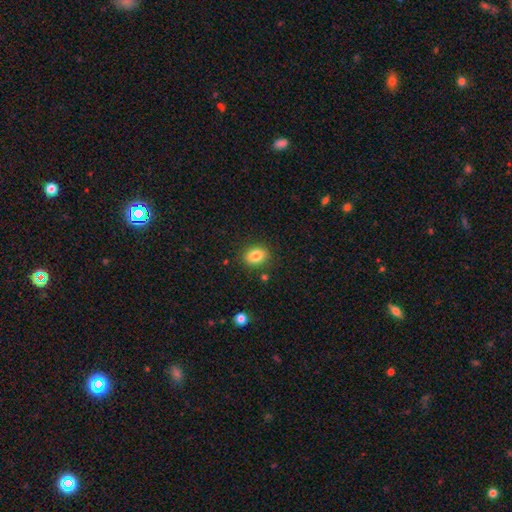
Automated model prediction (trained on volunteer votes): smooth_or_featured: smooth (p=0.84) [alt: star or artifact p=0.09]
how_rounded: in between (p=0.63) [alt: round p=0.36]
merging: none (p=0.86) [alt: minor disturbance p=0.09]